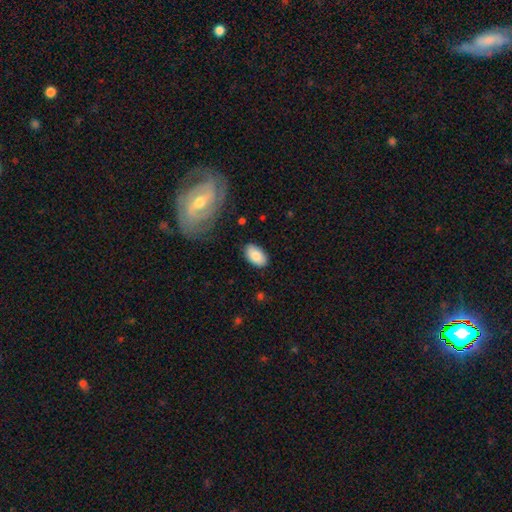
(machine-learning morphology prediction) A smooth galaxy with no disk features (85%) that is in between round and cigar-shaped (94%).

Vote fractions:
- Smooth or featured? smooth: 85% / featured or disk: 8% / star or artifact: 7%
- How rounded? in between: 94% / round: 5% / cigar-shaped: 2%
- Merging? none: 83% / minor disturbance: 12% / major disturbance: 3% / merger: 2%